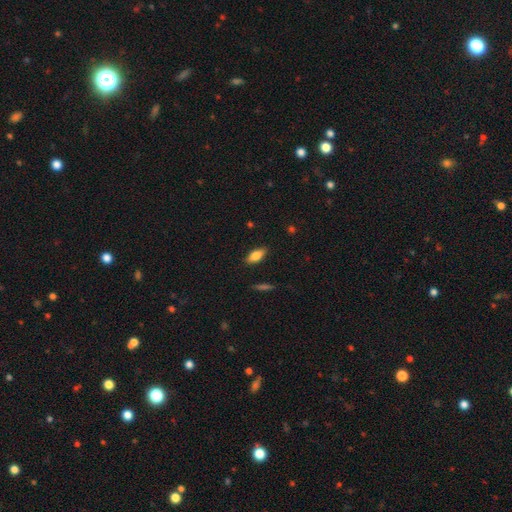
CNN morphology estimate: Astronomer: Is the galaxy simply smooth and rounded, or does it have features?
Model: smooth — 79%.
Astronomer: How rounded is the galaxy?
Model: in between — 84%.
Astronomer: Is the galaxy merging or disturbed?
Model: none — 86%.